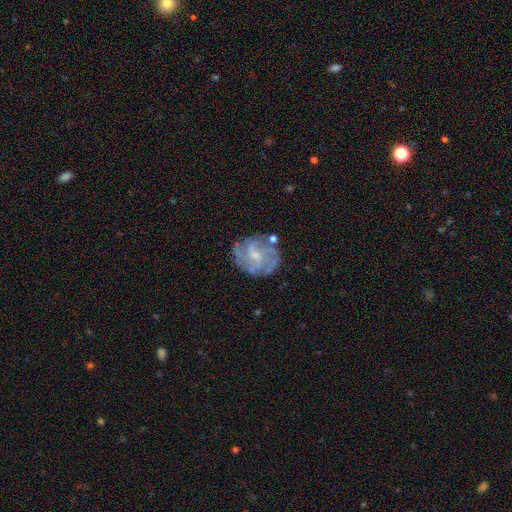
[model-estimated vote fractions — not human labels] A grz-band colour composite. It shows a featured or disk galaxy (77%) with no bar (54%), tight (48%) spiral arms (88%) and a small central bulge (54%). Merging: none (74%).